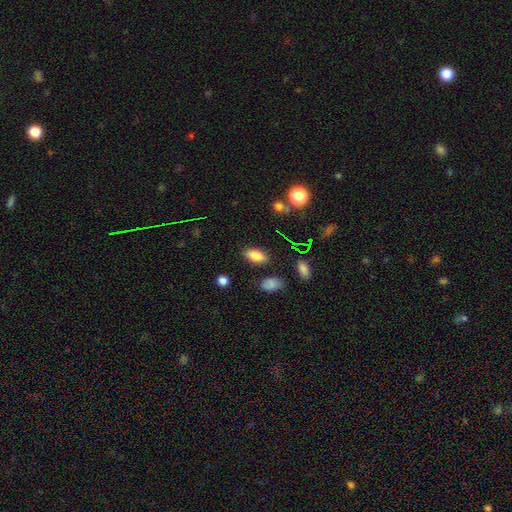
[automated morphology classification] smooth 82%, star or artifact 10%, featured or disk 8%. Down the decision tree: how rounded — in between (87%); merging — none (85%).